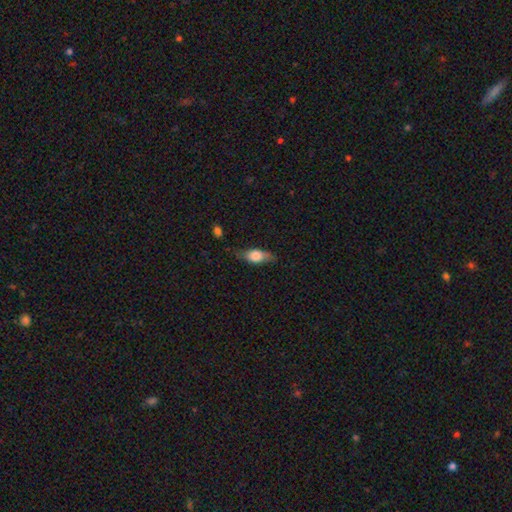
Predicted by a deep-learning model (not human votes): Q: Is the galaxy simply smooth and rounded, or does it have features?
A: smooth — 68%.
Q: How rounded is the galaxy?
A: in between — 76%.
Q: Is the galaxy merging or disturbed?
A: none — 68%.